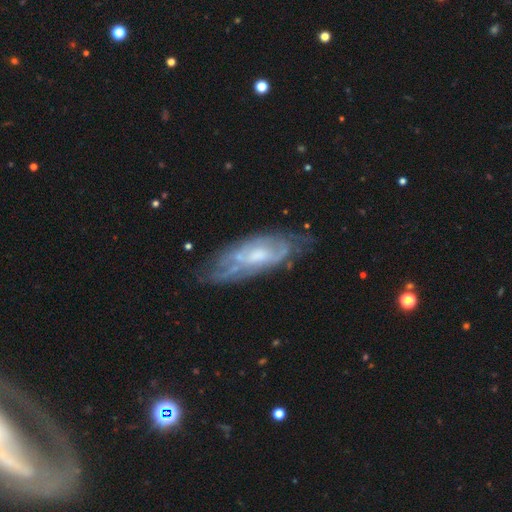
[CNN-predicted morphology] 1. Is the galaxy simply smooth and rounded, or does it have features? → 70% featured or disk, 22% smooth, 7% star or artifact.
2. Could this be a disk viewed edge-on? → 82% no, 18% yes.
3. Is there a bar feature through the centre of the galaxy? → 59% no, 34% weak, 7% strong.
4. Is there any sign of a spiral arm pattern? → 65% yes, 35% no.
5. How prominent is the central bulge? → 46% moderate, 33% small, 13% none, 7% large, 1% dominant.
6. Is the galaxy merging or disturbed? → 62% none, 24% minor disturbance, 10% major disturbance, 3% merger.